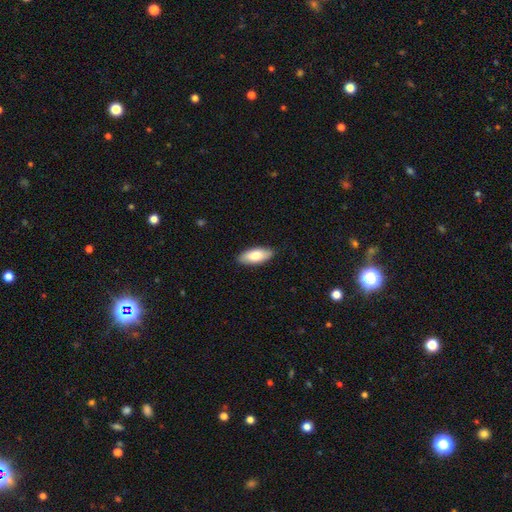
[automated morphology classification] Smooth or featured? smooth (78%)
How rounded? in between (83%)
Merging? none (89%)